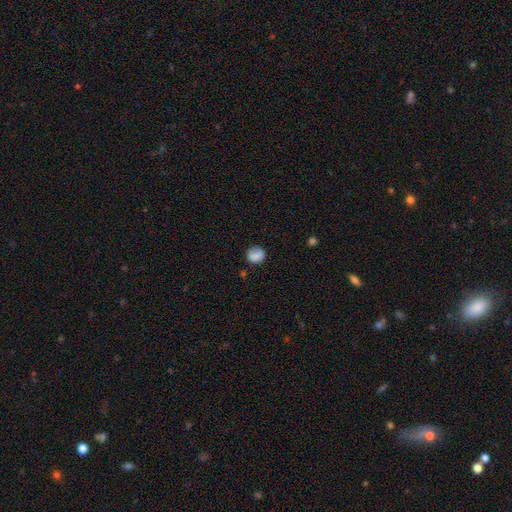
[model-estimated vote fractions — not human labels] A smooth galaxy with no disk features (81%) that is round (77%).

Vote fractions:
- Smooth or featured? smooth: 81% / featured or disk: 10% / star or artifact: 9%
- How rounded? round: 77% / in between: 22% / cigar-shaped: 1%
- Merging? none: 69% / minor disturbance: 21% / major disturbance: 7% / merger: 3%